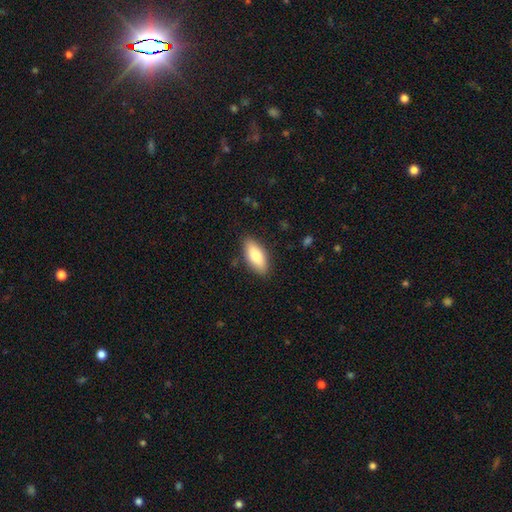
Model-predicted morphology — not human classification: Smooth or featured: smooth — 80% (featured or disk — 14%)
How rounded: in between — 81% (cigar-shaped — 16%)
Merging: none — 86% (minor disturbance — 11%)